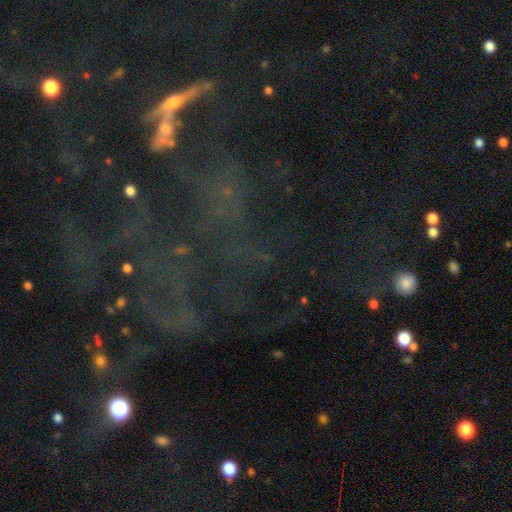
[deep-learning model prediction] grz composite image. It shows a star or artifact, not a galaxy (58%).